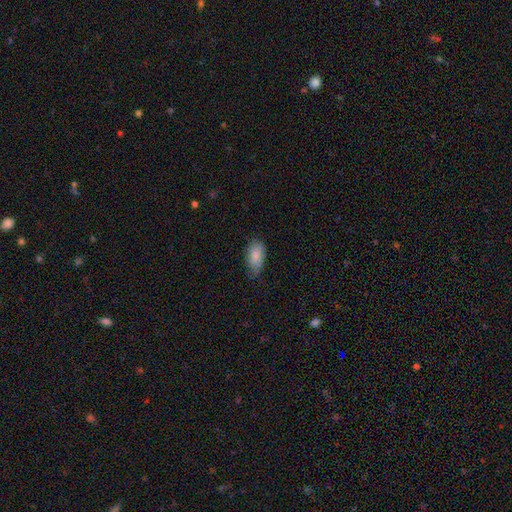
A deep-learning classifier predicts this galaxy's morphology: This is clearly a smooth galaxy (84%). How rounded: clearly in between (93%). Merging: likely none (63%).